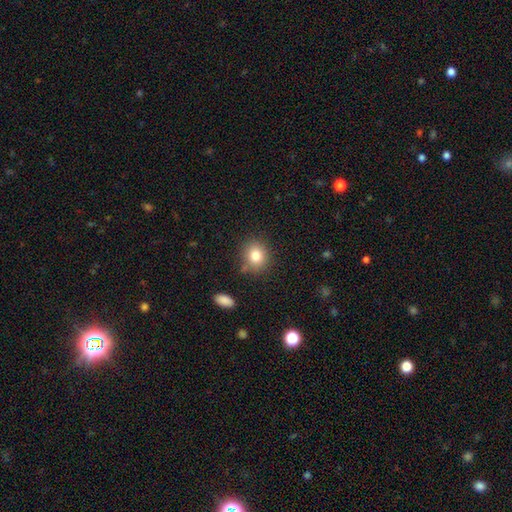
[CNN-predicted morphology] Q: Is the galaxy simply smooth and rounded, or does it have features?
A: smooth — 80%.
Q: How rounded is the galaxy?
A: round — 74%.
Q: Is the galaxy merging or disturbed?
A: none — 80%.